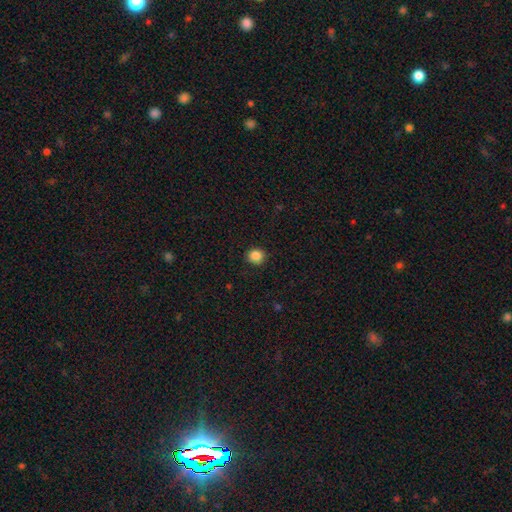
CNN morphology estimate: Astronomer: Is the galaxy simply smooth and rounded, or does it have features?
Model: smooth — 86%.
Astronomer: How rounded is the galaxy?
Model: round — 88%.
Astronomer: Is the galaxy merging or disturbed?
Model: none — 90%.